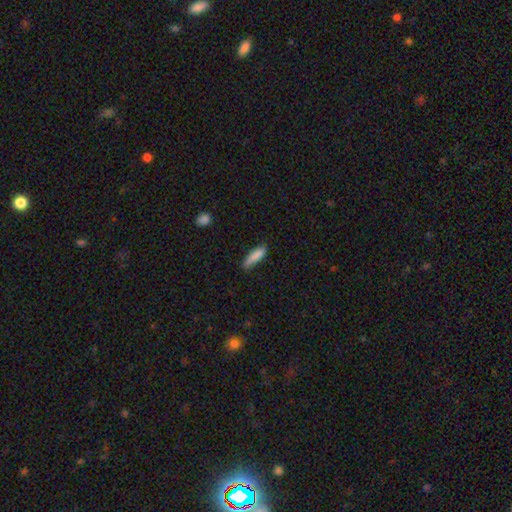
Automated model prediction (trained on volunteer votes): Morphology: type=smooth (85%); roundness=cigar-shaped (67%); merging=none (68%).